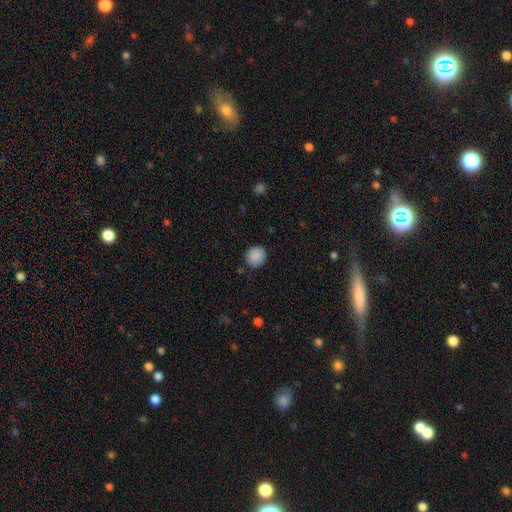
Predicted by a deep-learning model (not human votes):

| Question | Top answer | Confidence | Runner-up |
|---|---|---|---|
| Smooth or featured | smooth | 88% | star or artifact (8%) |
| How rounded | round | 88% | in between (11%) |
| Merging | none | 84% | minor disturbance (11%) |